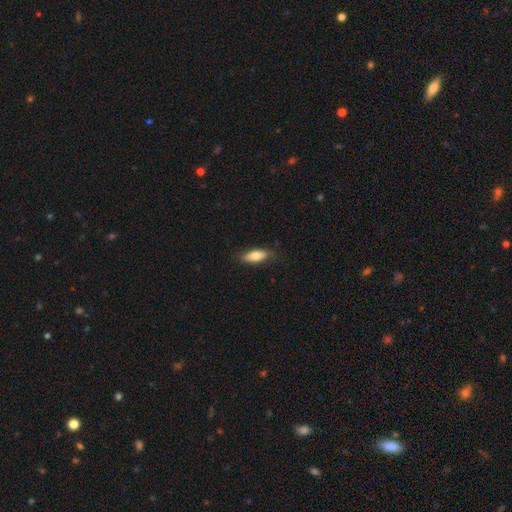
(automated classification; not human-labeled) smooth-or-featured: smooth: 74% | featured or disk: 19% | star or artifact: 6%
  how-rounded: in between: 74% | cigar-shaped: 23% | round: 3%
  merging: none: 80% | minor disturbance: 16% | major disturbance: 3% | merger: 1%